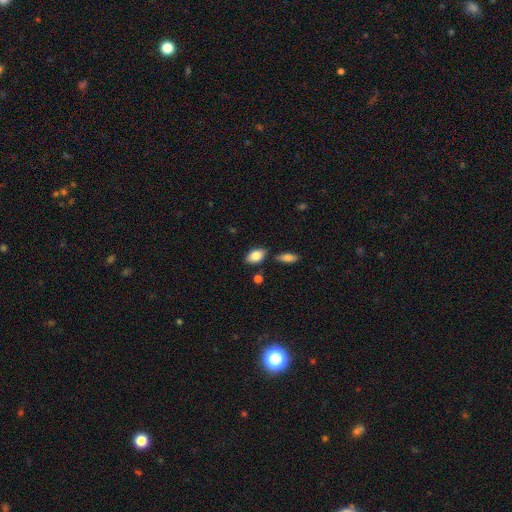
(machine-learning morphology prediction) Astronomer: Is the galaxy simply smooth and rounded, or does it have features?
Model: smooth — 81%.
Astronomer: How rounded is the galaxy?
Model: in between — 90%.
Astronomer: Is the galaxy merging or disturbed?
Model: none — 76%.